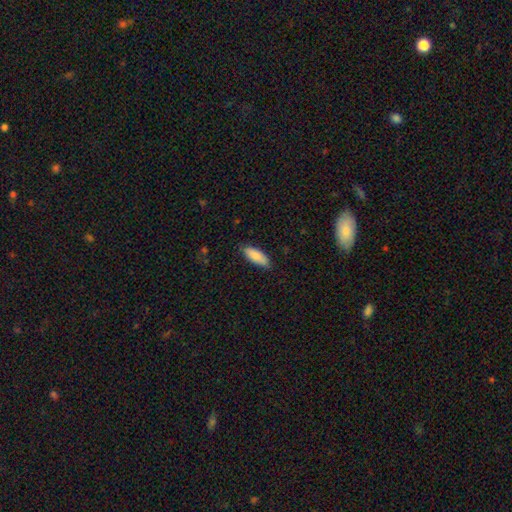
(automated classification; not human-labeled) The model was most divided on "how rounded": in between: 73%, cigar-shaped: 25%, round: 2%. More confident: smooth or featured — smooth (86%); merging — none (83%).